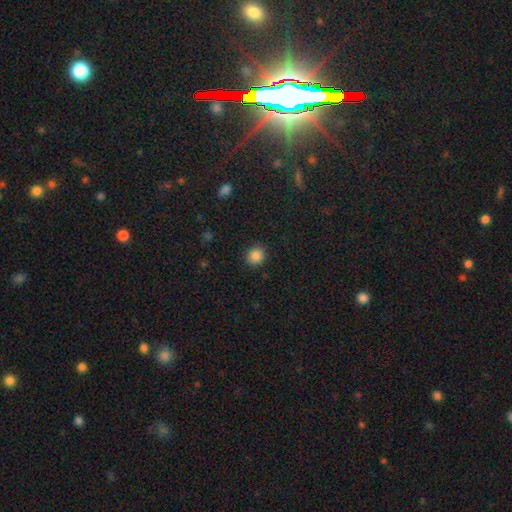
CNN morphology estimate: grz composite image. It shows a smooth galaxy with no disk features (86%) that is round (88%). Merging: none (91%).